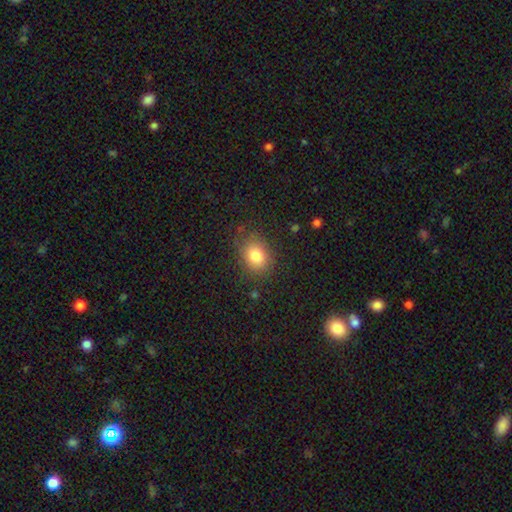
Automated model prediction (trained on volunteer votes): A smooth galaxy with no disk features (81%) that is in between round and cigar-shaped (52%).

Vote fractions:
- Smooth or featured? smooth: 81% / star or artifact: 10% / featured or disk: 9%
- How rounded? in between: 52% / round: 47% / cigar-shaped: 1%
- Merging? none: 80% / minor disturbance: 14% / major disturbance: 5% / merger: 1%